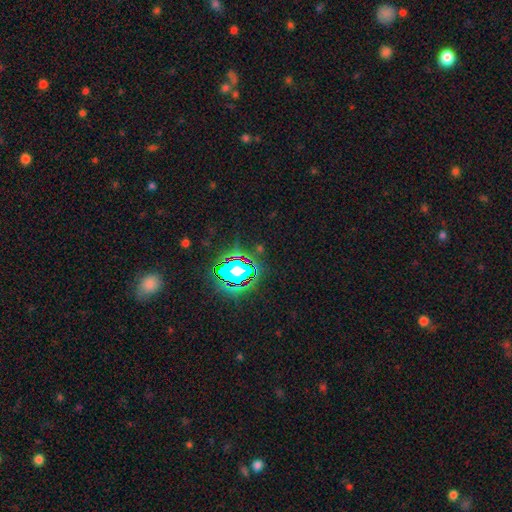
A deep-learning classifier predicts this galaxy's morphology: The model was most divided on "smooth or featured": star or artifact: 81%, smooth: 12%, featured or disk: 7%.